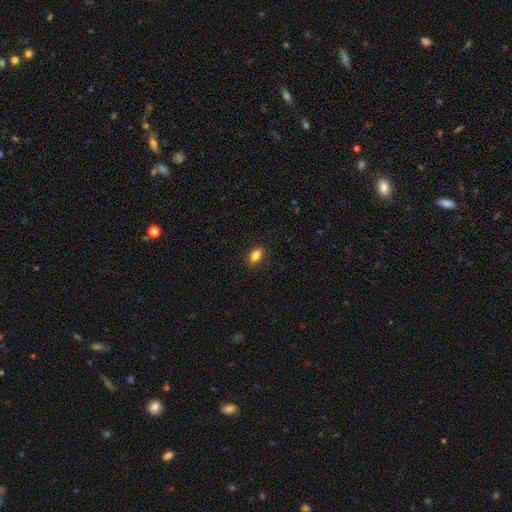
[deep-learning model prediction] Smooth or featured? smooth (84%)
How rounded? in between (84%)
Merging? none (89%)